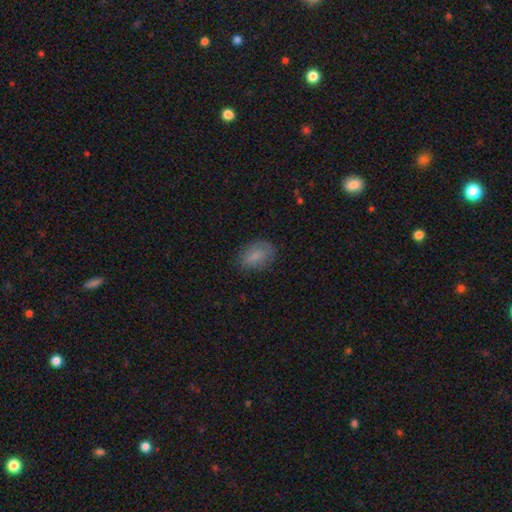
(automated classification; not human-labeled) Smooth or featured? Predicted: smooth (p=0.78). How rounded? Predicted: in between (p=0.86). Merging? Predicted: none (p=0.77).